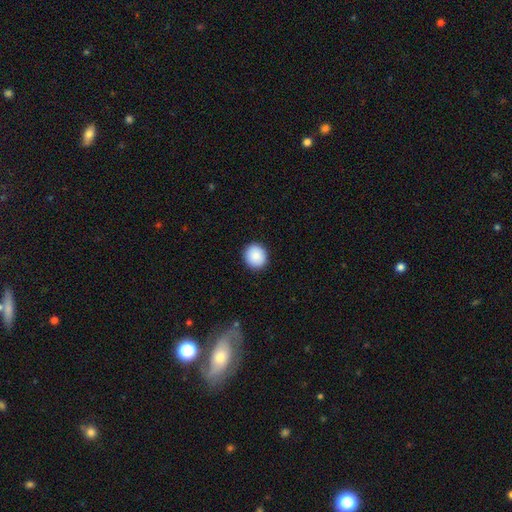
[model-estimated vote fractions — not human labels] Smooth or featured? smooth (88%)
How rounded? round (86%)
Merging? none (92%)